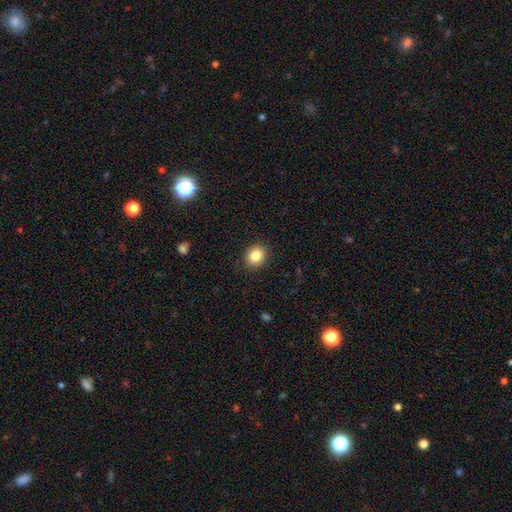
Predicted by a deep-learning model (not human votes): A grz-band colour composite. It shows a smooth galaxy with no disk features (83%) that is round (75%). Merging: none (90%).